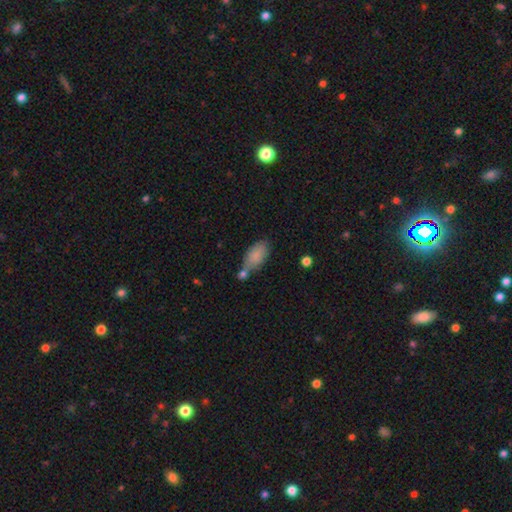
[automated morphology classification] Smooth or featured?
  - smooth: 83% *
  - featured or disk: 10%
  - star or artifact: 7%
How rounded?
  - in between: 91% *
  - cigar-shaped: 6%
  - round: 3%
Merging?
  - none: 48% *
  - merger: 25%
  - minor disturbance: 21%
  - major disturbance: 6%